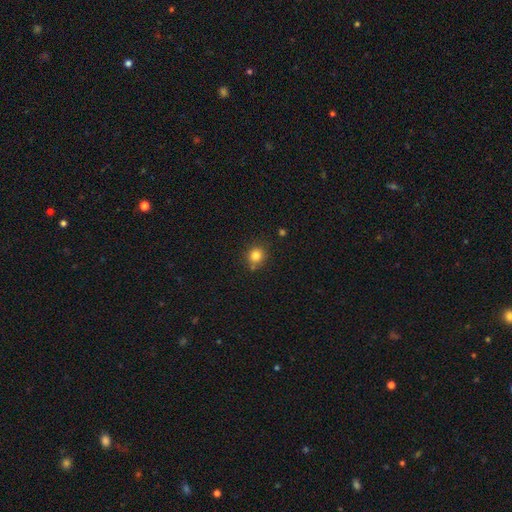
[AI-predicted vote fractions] This appears to be a smooth galaxy with no disk features (82%) that is round (86%). Merging: none (78%).